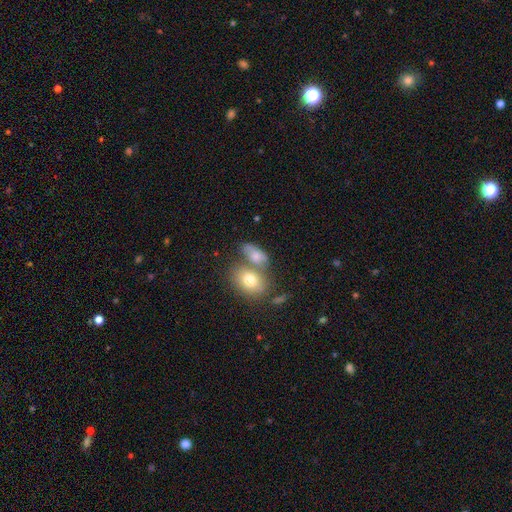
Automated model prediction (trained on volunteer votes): smooth_or_featured: smooth (p=0.70) [alt: featured or disk p=0.20]
how_rounded: in between (p=0.81) [alt: round p=0.15]
merging: merger (p=0.42) [alt: none p=0.37]